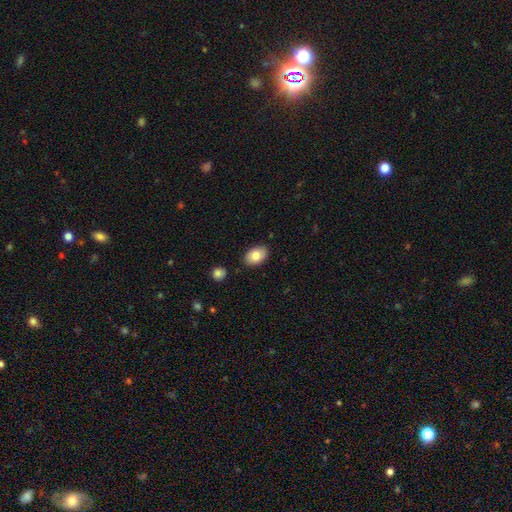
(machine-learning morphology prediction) A smooth galaxy with no disk features (80%) that is in between round and cigar-shaped (88%). Merging: none (85%).